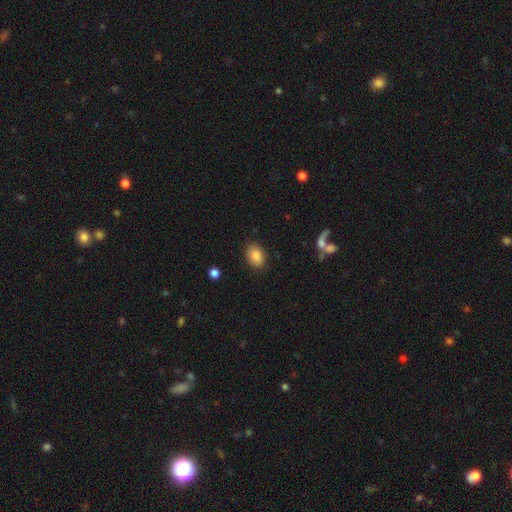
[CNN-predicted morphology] This appears to be a smooth galaxy with no disk features (86%) that is in between round and cigar-shaped (76%). Merging: none (86%).